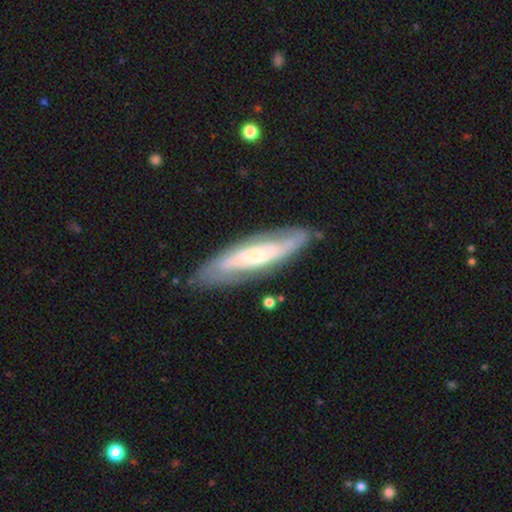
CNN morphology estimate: Smooth or featured: featured or disk — 72% (smooth — 22%)
Edge-on disk: no — 71% (yes — 29%)
Bar: no — 46% (weak — 35%)
Spiral arms: yes — 82% (no — 18%)
Bulge size: small — 47% (moderate — 40%)
Merging: none — 81% (minor disturbance — 13%)